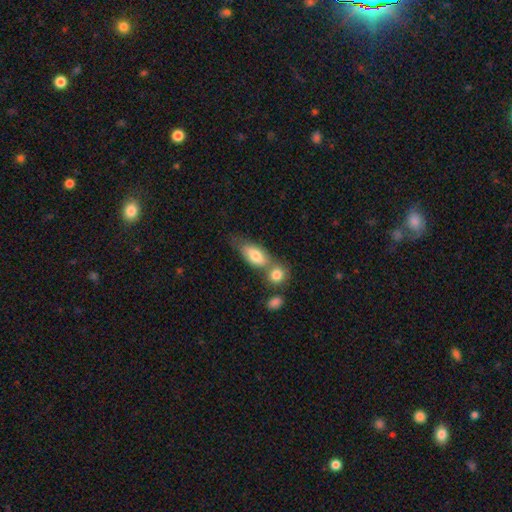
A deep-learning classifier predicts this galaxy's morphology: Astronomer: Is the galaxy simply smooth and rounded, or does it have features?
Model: smooth — 75%.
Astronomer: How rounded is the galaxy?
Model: in between — 80%.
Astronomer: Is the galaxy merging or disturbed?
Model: merger — 47% (runner-up: none, 35%).